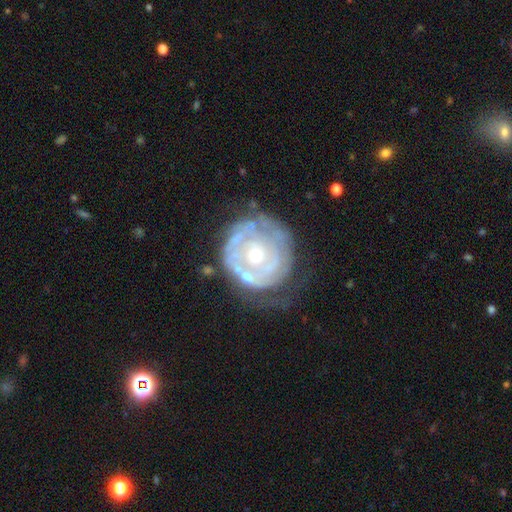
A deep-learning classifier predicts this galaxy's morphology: smooth-or-featured: featured or disk: 76% | smooth: 18% | star or artifact: 6%
  disk-edge-on: no: 97% | yes: 3%
    bar: no: 83% | weak: 14% | strong: 4%
    has-spiral-arms: yes: 64% | no: 36%
    bulge-size: small: 50% | moderate: 45% | large: 2% | none: 2% | dominant: 1%
  merging: none: 50% | minor disturbance: 25% | major disturbance: 19% | merger: 6%